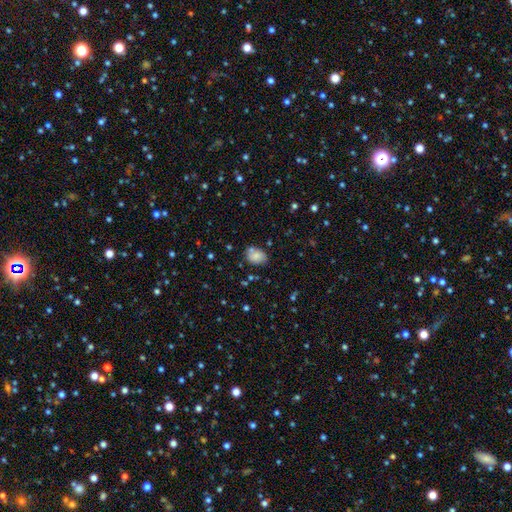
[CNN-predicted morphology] A smooth galaxy with no disk features (77%) that is in between round and cigar-shaped (74%).

Vote fractions:
- Smooth or featured? smooth: 77% / featured or disk: 13% / star or artifact: 10%
- How rounded? in between: 74% / round: 25% / cigar-shaped: 1%
- Merging? none: 69% / minor disturbance: 18% / merger: 9% / major disturbance: 4%